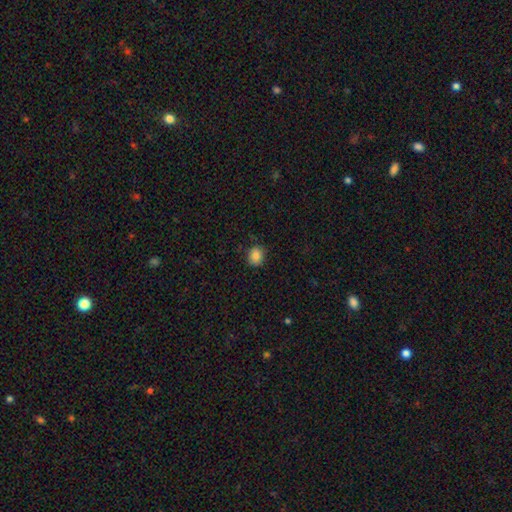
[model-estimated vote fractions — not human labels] smooth-or-featured: smooth: 84% | star or artifact: 10% | featured or disk: 6%
  how-rounded: round: 75% | in between: 24% | cigar-shaped: 1%
  merging: none: 85% | minor disturbance: 12% | major disturbance: 2% | merger: 1%